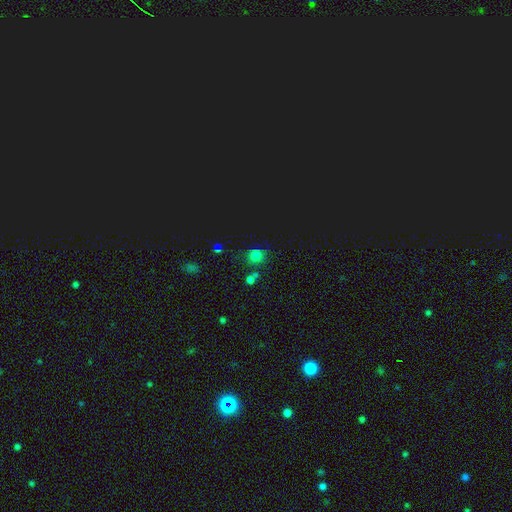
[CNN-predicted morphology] This is likely a smooth galaxy (67%). How rounded: likely round (80%). Merging: likely none (72%).